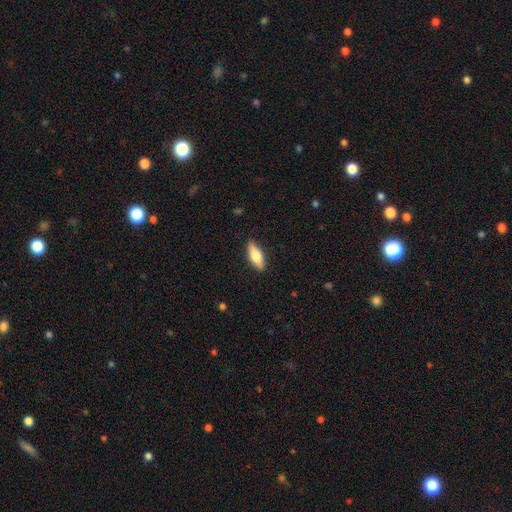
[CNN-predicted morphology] A smooth galaxy with no disk features (61%) that is in between round and cigar-shaped (63%).

Vote fractions:
- Smooth or featured? smooth: 61% / featured or disk: 33% / star or artifact: 6%
- How rounded? in between: 63% / cigar-shaped: 35% / round: 3%
- Merging? none: 88% / minor disturbance: 9% / major disturbance: 2% / merger: 1%